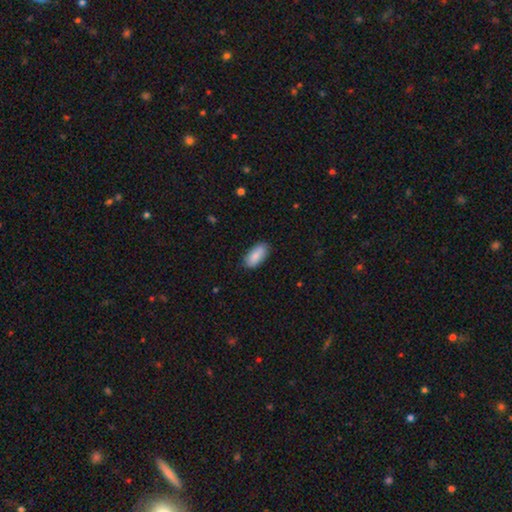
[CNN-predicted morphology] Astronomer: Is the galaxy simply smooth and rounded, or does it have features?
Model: smooth — 86%.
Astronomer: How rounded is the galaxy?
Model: in between — 90%.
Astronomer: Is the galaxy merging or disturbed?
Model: none — 84%.